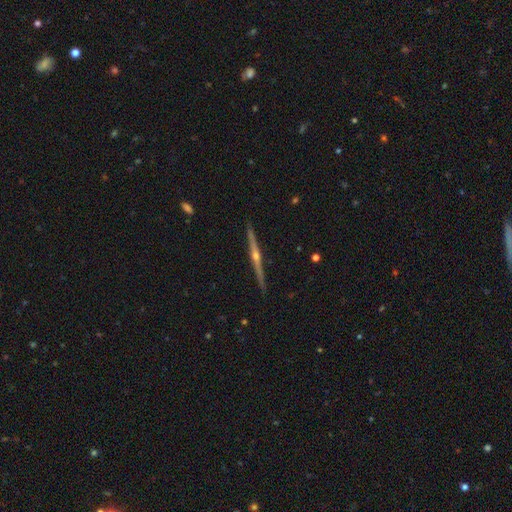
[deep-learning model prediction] The model was most divided on "smooth or featured": featured or disk: 87%, smooth: 8%, star or artifact: 5%. More confident: edge-on disk — yes (99%); merging — none (92%); edge-on bulge — rounded (92%).